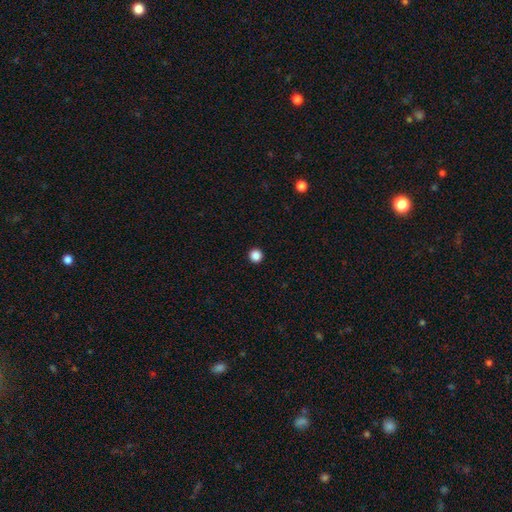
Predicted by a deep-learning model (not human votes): Q: Smooth or featured?
A: smooth (87%); runner-up: star or artifact (11%)
Q: How rounded?
A: round (96%); runner-up: in between (3%)
Q: Merging?
A: none (94%); runner-up: minor disturbance (3%)